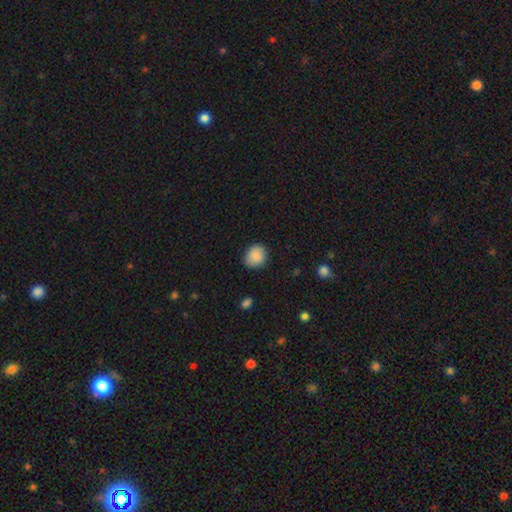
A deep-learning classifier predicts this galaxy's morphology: This appears to be a smooth galaxy with no disk features (88%) that is round (67%). Merging: none (83%).